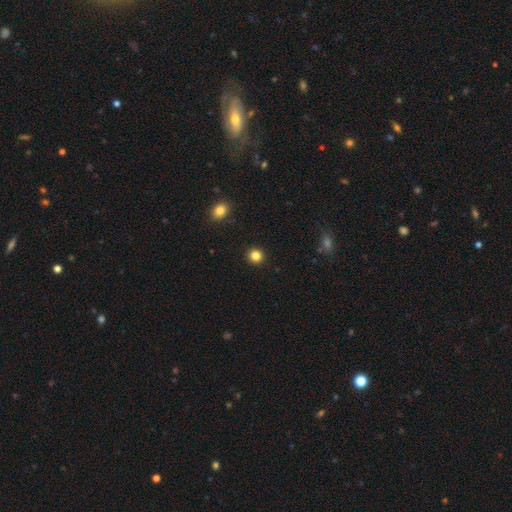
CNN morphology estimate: A smooth galaxy with no disk features (84%) that is round (92%). Merging: none (93%).